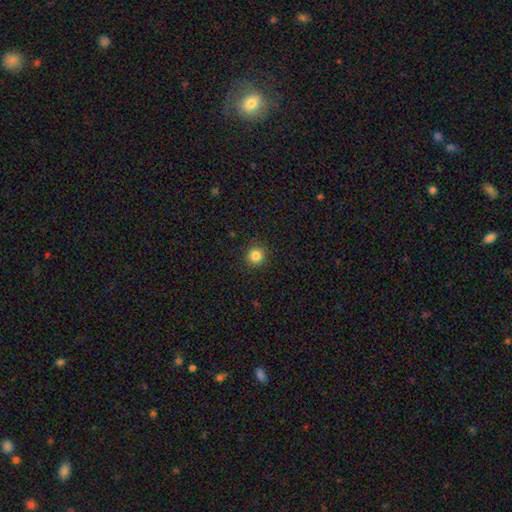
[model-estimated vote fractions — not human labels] Smooth or featured? smooth (84%)
How rounded? round (95%)
Merging? none (92%)